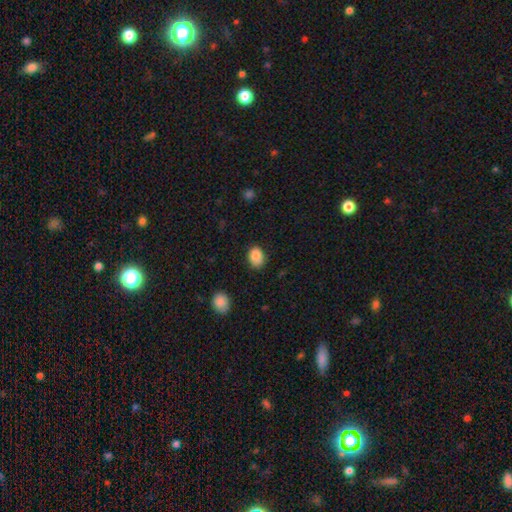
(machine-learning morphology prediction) This appears to be a smooth galaxy with no disk features (87%) that is in between round and cigar-shaped (66%). Merging: none (80%).